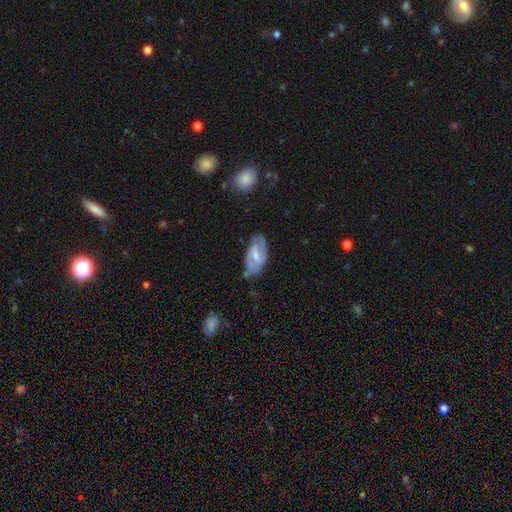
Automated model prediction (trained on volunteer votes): Q: Smooth or featured?
A: featured or disk (64%); runner-up: smooth (30%)
Q: Edge-on disk?
A: no (93%); runner-up: yes (7%)
Q: Bar?
A: weak (54%); runner-up: no (25%)
Q: Spiral arms?
A: yes (79%); runner-up: no (21%)
Q: Bulge size?
A: moderate (56%); runner-up: small (35%)
Q: Merging?
A: none (64%); runner-up: minor disturbance (26%)